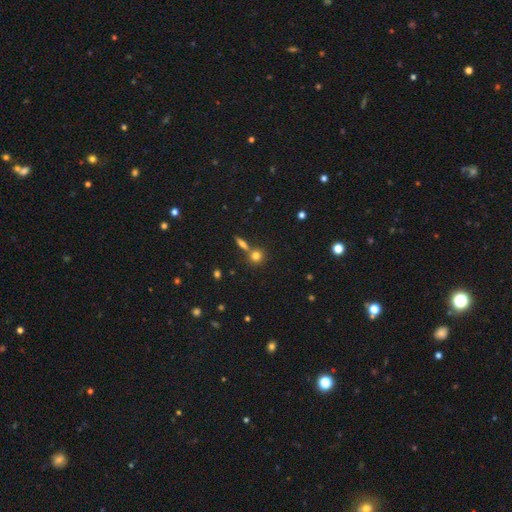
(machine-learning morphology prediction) smooth_or_featured: smooth (p=0.76) [alt: star or artifact p=0.13]
how_rounded: round (p=0.81) [alt: in between p=0.15]
merging: none (p=0.65) [alt: merger p=0.23]